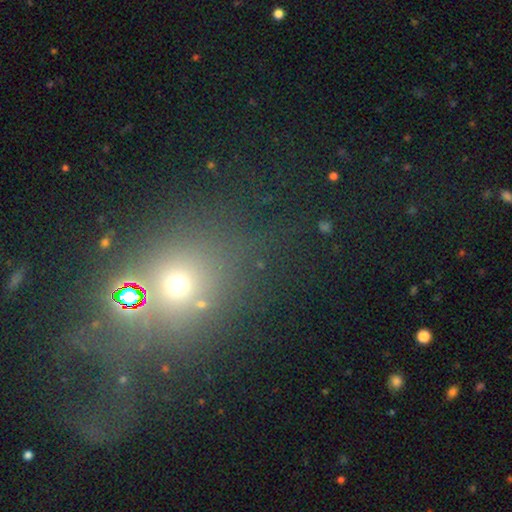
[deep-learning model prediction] Overall: star or artifact (52%; smooth 36%).